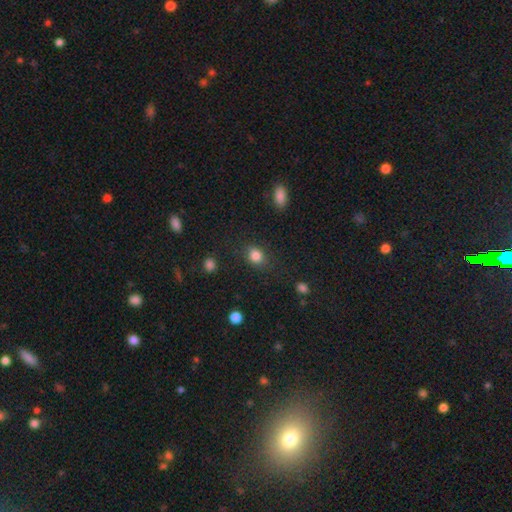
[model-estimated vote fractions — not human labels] Smooth or featured?
  - smooth: 84% *
  - star or artifact: 11%
  - featured or disk: 6%
How rounded?
  - in between: 51% *
  - round: 48%
  - cigar-shaped: 1%
Merging?
  - none: 80% *
  - minor disturbance: 13%
  - major disturbance: 5%
  - merger: 2%